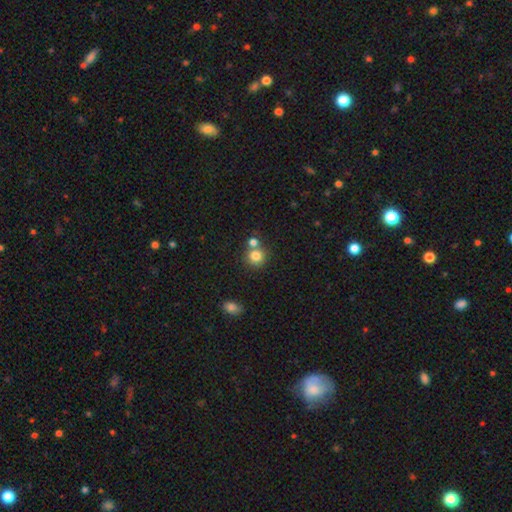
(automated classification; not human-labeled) Smooth or featured?
  - smooth: 81% *
  - star or artifact: 11%
  - featured or disk: 8%
How rounded?
  - round: 88% *
  - in between: 12%
  - cigar-shaped: 1%
Merging?
  - none: 61% *
  - merger: 28%
  - minor disturbance: 8%
  - major disturbance: 3%